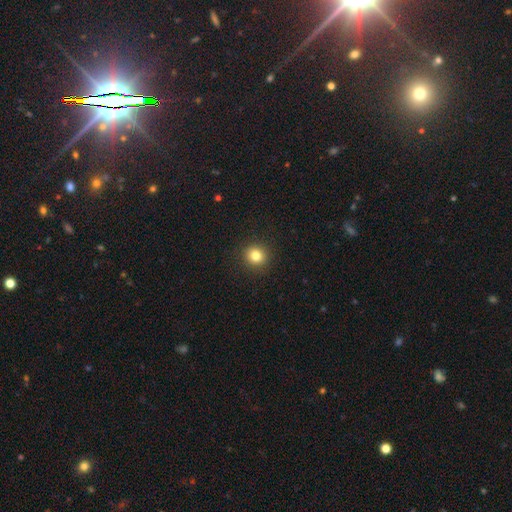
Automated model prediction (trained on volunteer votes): Smooth or featured?
  - smooth: 82% *
  - star or artifact: 12%
  - featured or disk: 6%
How rounded?
  - round: 90% *
  - in between: 9%
  - cigar-shaped: 1%
Merging?
  - none: 92% *
  - minor disturbance: 5%
  - major disturbance: 2%
  - merger: 1%